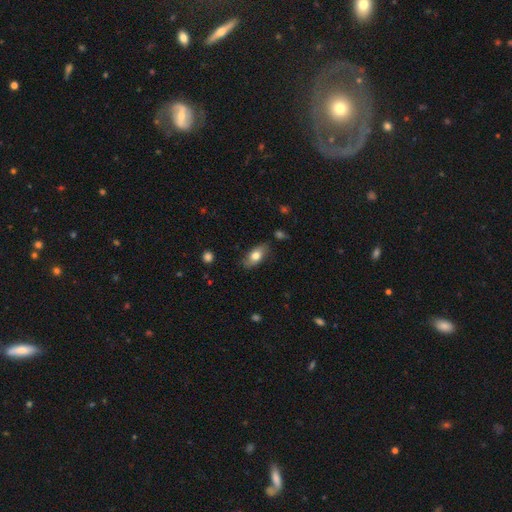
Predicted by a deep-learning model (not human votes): Smooth or featured? smooth (74%)
How rounded? in between (87%)
Merging? none (82%)